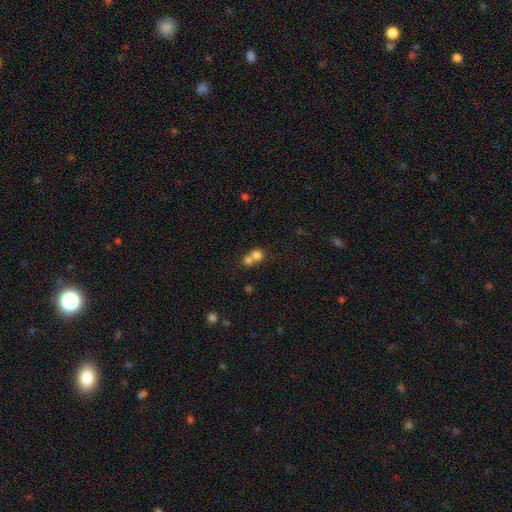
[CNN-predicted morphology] This is likely a smooth galaxy (75%). How rounded: clearly round (82%). Merging: likely merger (63%).